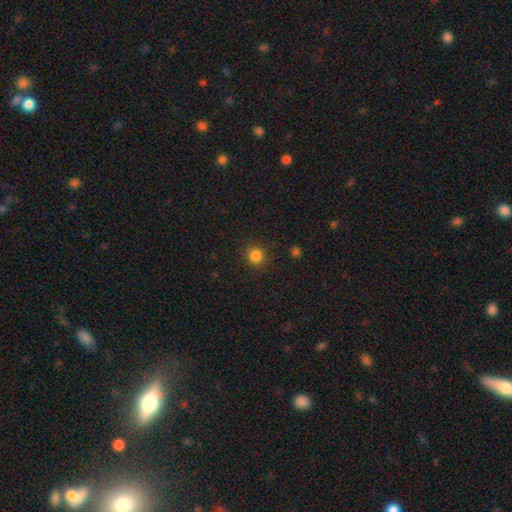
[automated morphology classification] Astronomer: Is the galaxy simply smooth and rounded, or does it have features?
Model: smooth — 84%.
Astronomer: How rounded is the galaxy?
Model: round — 94%.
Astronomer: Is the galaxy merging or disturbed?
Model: none — 90%.